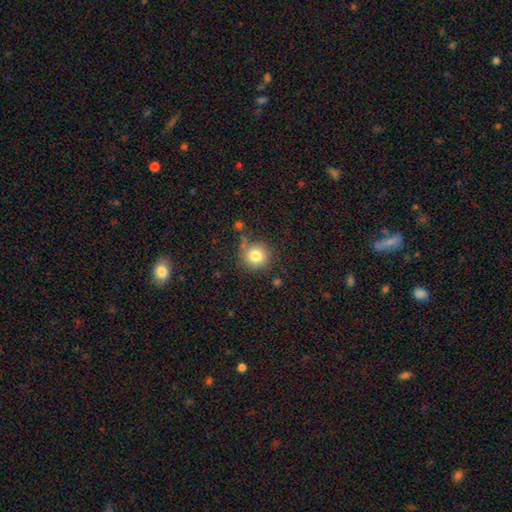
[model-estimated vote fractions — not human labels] This appears to be a smooth galaxy with no disk features (81%) that is round (92%). Merging: none (80%).